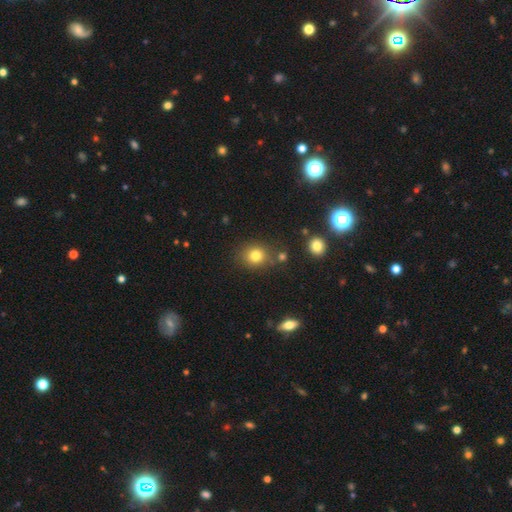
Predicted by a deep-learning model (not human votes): This appears to be a smooth galaxy with no disk features (80%) that is round (78%). Merging: none (78%).